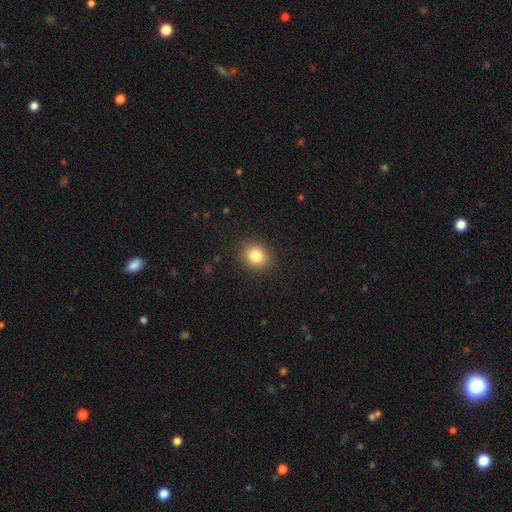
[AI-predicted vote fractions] Morphology: type=smooth (82%); roundness=round (66%); merging=none (89%).